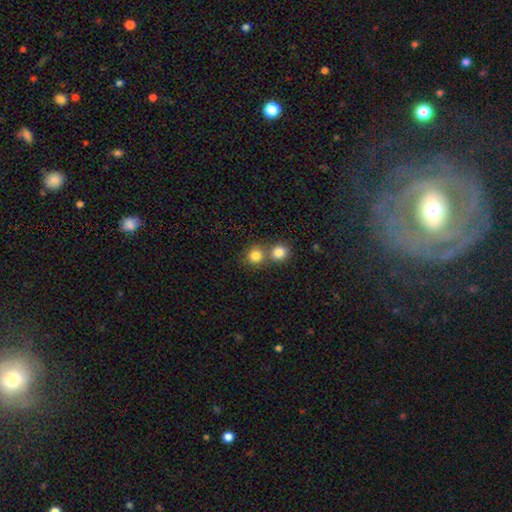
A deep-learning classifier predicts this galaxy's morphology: Q: Smooth or featured?
A: smooth (82%); runner-up: star or artifact (11%)
Q: How rounded?
A: round (88%); runner-up: in between (11%)
Q: Merging?
A: none (53%); runner-up: merger (39%)